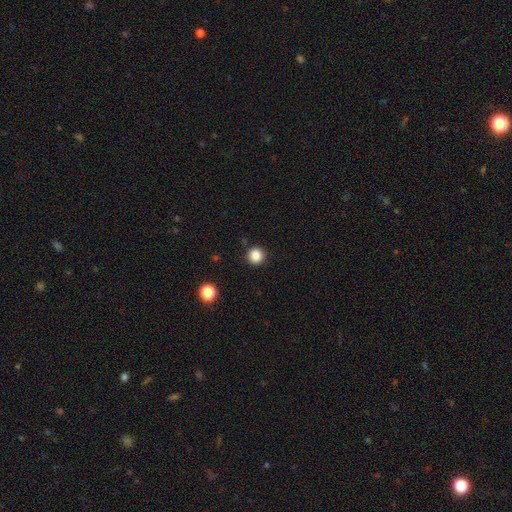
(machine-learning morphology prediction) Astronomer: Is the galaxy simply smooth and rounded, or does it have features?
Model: smooth — 86%.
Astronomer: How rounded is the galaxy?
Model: round — 95%.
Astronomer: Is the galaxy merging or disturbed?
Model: none — 91%.